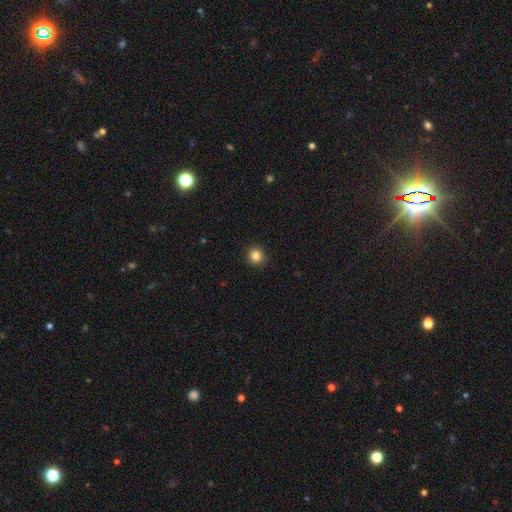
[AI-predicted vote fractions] smooth 84%, star or artifact 11%, featured or disk 5%. Down the decision tree: how rounded — round (88%); merging — none (91%).